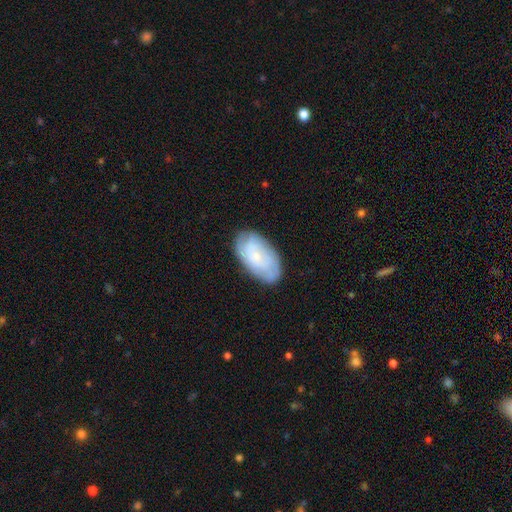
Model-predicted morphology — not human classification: A featured or disk galaxy (47%).

Vote fractions:
- Smooth or featured? featured or disk: 47% / smooth: 46% / star or artifact: 8%
- Merging? none: 78% / minor disturbance: 17% / major disturbance: 4% / merger: 1%